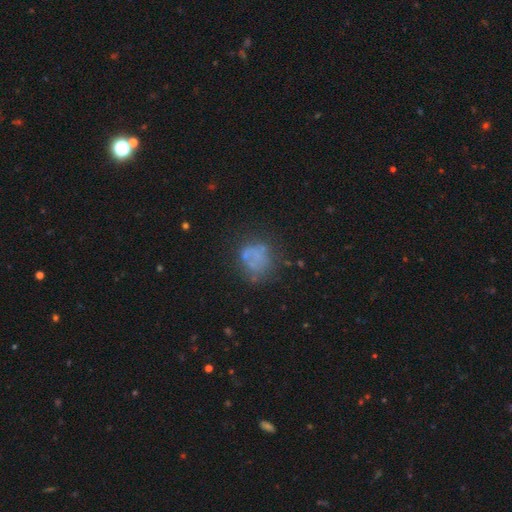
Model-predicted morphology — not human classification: Q: Smooth or featured?
A: smooth (51%); runner-up: featured or disk (32%)
Q: How rounded?
A: round (75%); runner-up: in between (23%)
Q: Merging?
A: none (54%); runner-up: minor disturbance (20%)